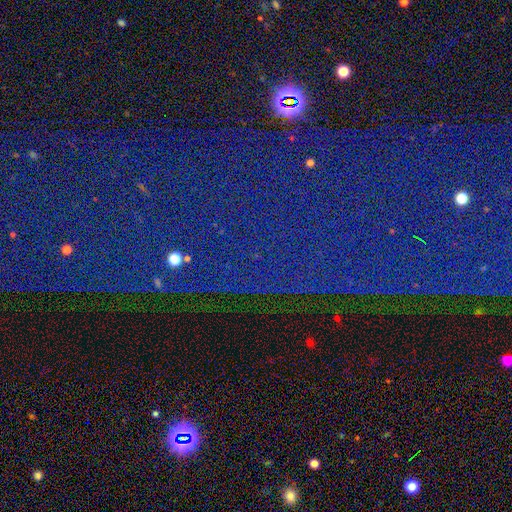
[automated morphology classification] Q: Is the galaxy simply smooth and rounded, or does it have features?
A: star or artifact — 85%.